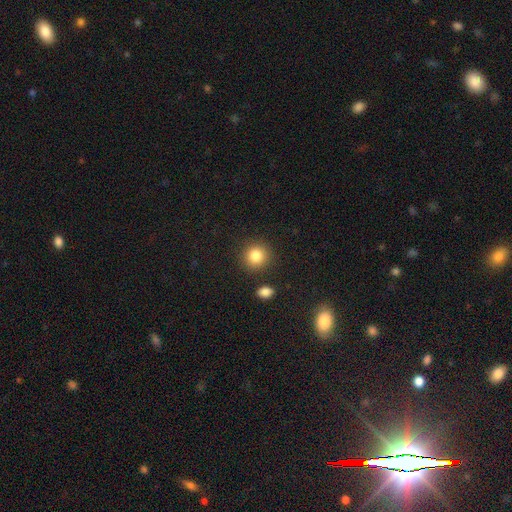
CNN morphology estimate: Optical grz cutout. It shows a smooth galaxy with no disk features (85%) that is round (88%). Merging: none (86%).